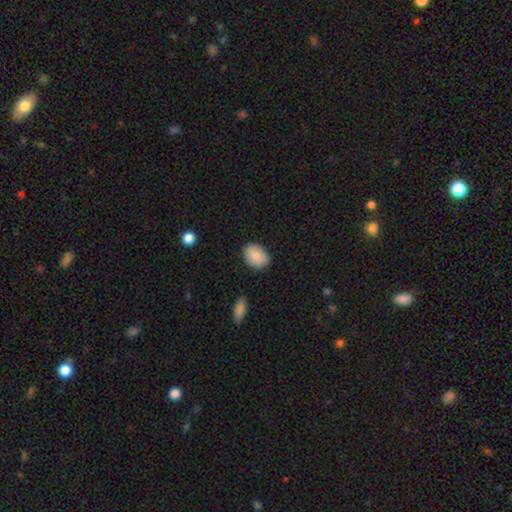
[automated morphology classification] A smooth galaxy with no disk features (82%) that is in between round and cigar-shaped (66%).

Vote fractions:
- Smooth or featured? smooth: 82% / featured or disk: 11% / star or artifact: 7%
- How rounded? in between: 66% / round: 33% / cigar-shaped: 1%
- Merging? none: 84% / minor disturbance: 13% / major disturbance: 2% / merger: 2%